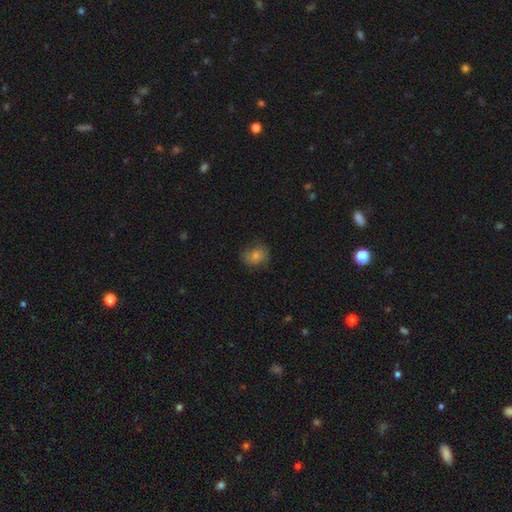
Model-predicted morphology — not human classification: Overall: smooth (66%). How rounded: round (55%; in between 44%). Merging: none (71%).